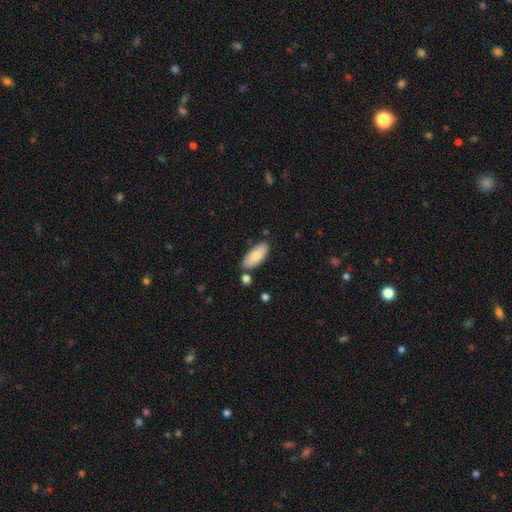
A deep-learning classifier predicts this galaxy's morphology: smooth_or_featured: smooth (p=0.81) [alt: featured or disk p=0.13]
how_rounded: in between (p=0.87) [alt: cigar-shaped p=0.11]
merging: none (p=0.80) [alt: minor disturbance p=0.12]